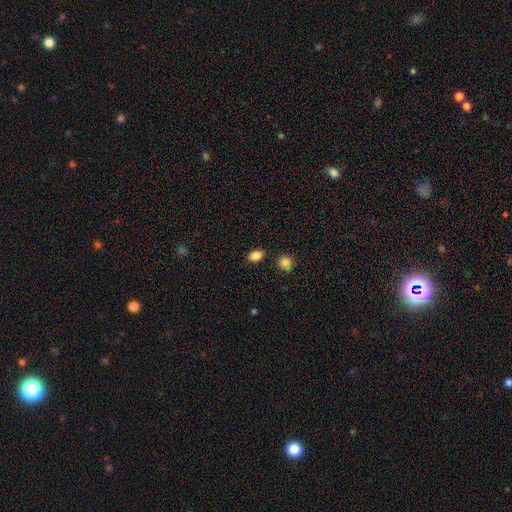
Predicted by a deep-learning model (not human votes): smooth_or_featured: smooth (p=0.86) [alt: star or artifact p=0.09]
how_rounded: in between (p=0.81) [alt: round p=0.17]
merging: none (p=0.85) [alt: minor disturbance p=0.09]